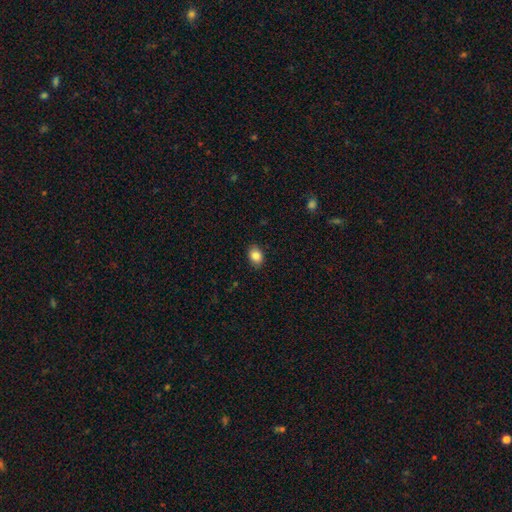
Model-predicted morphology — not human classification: smooth-or-featured: smooth: 87% | star or artifact: 9% | featured or disk: 5%
  how-rounded: in between: 69% | round: 30% | cigar-shaped: 1%
  merging: none: 87% | minor disturbance: 10% | major disturbance: 2% | merger: 1%